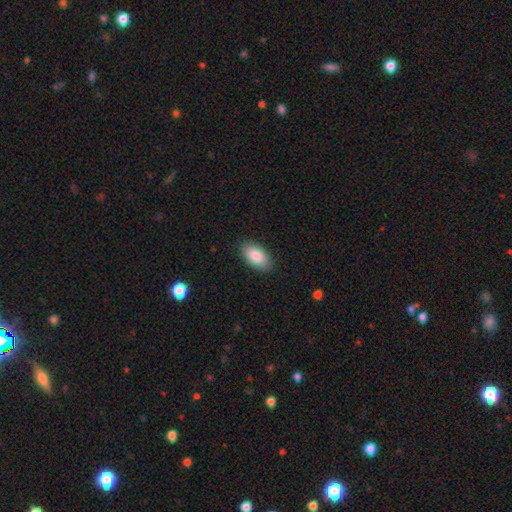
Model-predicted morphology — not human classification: Smooth or featured?
  - smooth: 87% *
  - featured or disk: 7%
  - star or artifact: 6%
How rounded?
  - in between: 94% *
  - round: 3%
  - cigar-shaped: 3%
Merging?
  - none: 88% *
  - minor disturbance: 9%
  - major disturbance: 2%
  - merger: 1%